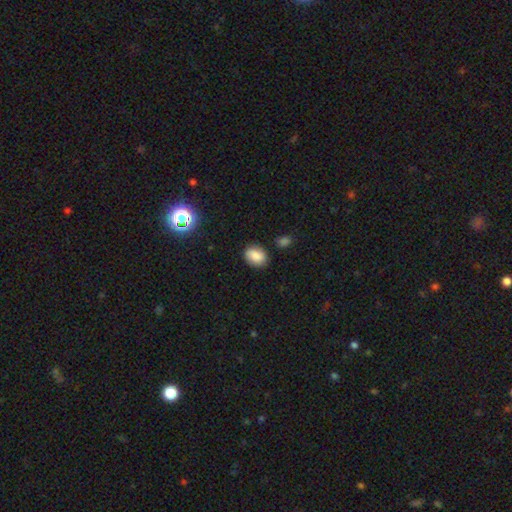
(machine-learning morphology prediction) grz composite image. It shows a smooth galaxy with no disk features (85%) that is in between round and cigar-shaped (67%). Merging: none (83%).